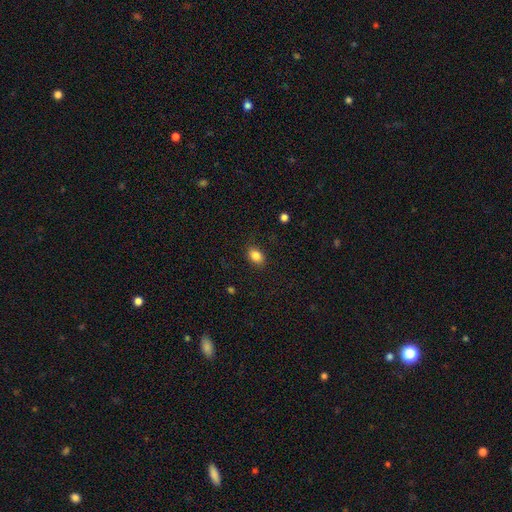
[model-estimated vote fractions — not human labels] Smooth or featured?
  - smooth: 85% *
  - star or artifact: 9%
  - featured or disk: 6%
How rounded?
  - in between: 79% *
  - round: 19%
  - cigar-shaped: 1%
Merging?
  - none: 84% *
  - minor disturbance: 12%
  - major disturbance: 3%
  - merger: 1%